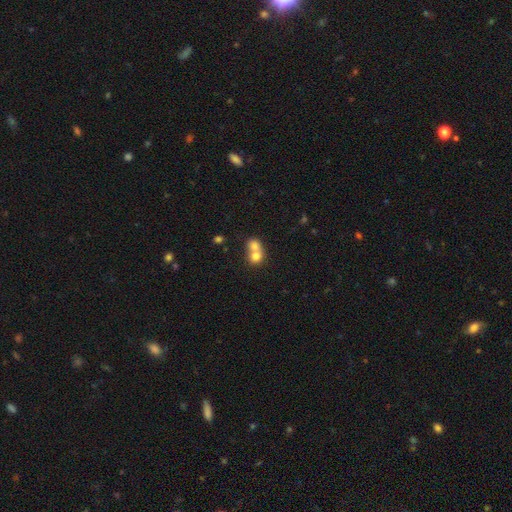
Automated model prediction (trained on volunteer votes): smooth_or_featured: smooth (p=0.74) [alt: featured or disk p=0.17]
how_rounded: round (p=0.69) [alt: in between p=0.30]
merging: merger (p=0.73) [alt: none p=0.21]